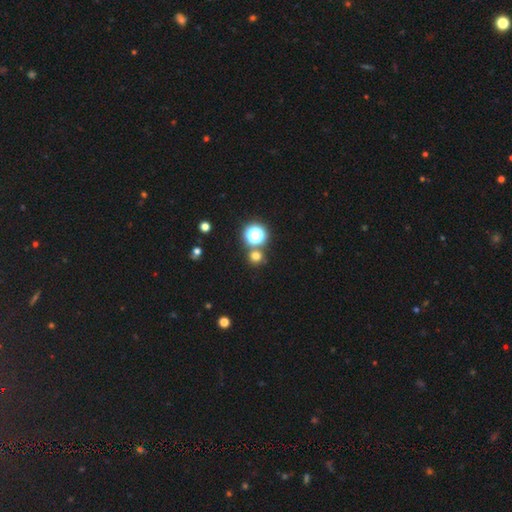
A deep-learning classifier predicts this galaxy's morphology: This appears to be a smooth galaxy with no disk features (66%) that is round (91%). Merging: none (77%).